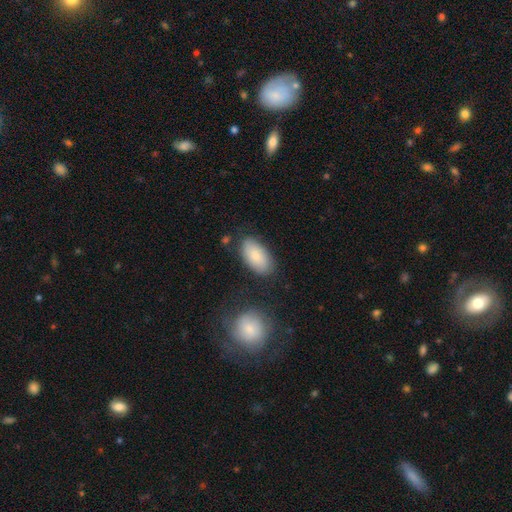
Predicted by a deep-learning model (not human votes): smooth_or_featured: smooth (p=0.81) [alt: featured or disk p=0.13]
how_rounded: in between (p=0.94) [alt: round p=0.03]
merging: none (p=0.78) [alt: minor disturbance p=0.15]